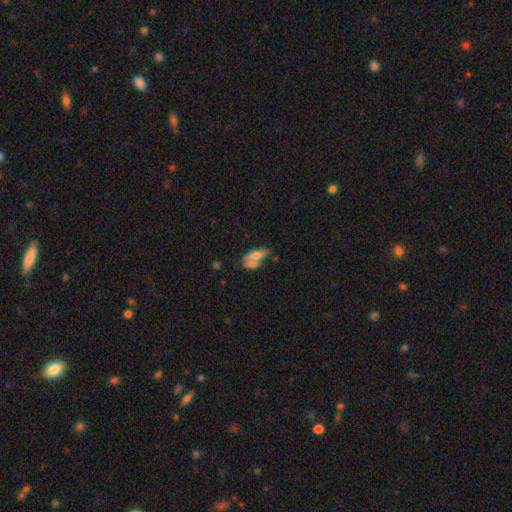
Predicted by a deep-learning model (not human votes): Smooth or featured? Predicted: smooth (p=0.65). How rounded? Predicted: in between (p=0.74). Merging? Predicted: merger (p=0.49).